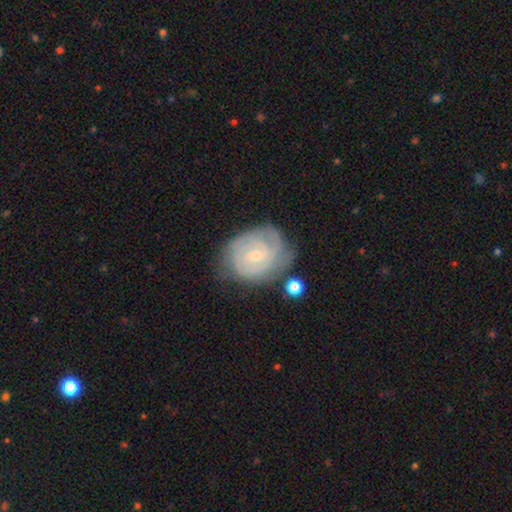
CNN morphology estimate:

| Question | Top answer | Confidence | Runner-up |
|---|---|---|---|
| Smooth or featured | featured or disk | 83% | smooth (12%) |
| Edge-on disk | no | 97% | yes (3%) |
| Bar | no | 59% | weak (34%) |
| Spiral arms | yes | 95% | no (5%) |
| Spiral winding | tight | 77% | medium (19%) |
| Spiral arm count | can't tell | 32% | 2 (29%) |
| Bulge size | small | 72% | moderate (24%) |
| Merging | none | 68% | minor disturbance (21%) |